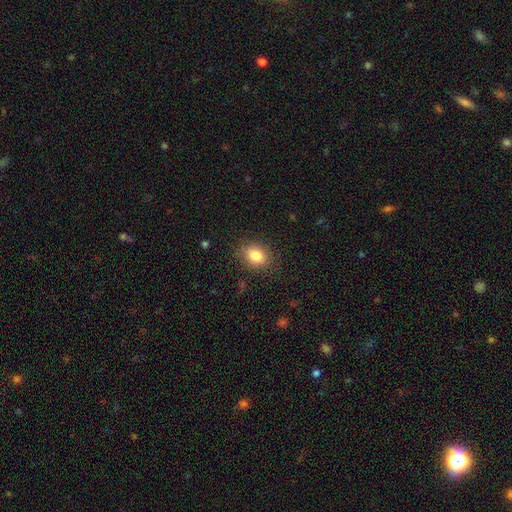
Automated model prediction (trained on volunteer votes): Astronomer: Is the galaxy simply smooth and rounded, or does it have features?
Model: smooth — 84%.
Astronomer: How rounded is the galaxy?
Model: in between — 64%.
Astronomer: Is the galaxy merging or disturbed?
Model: none — 84%.